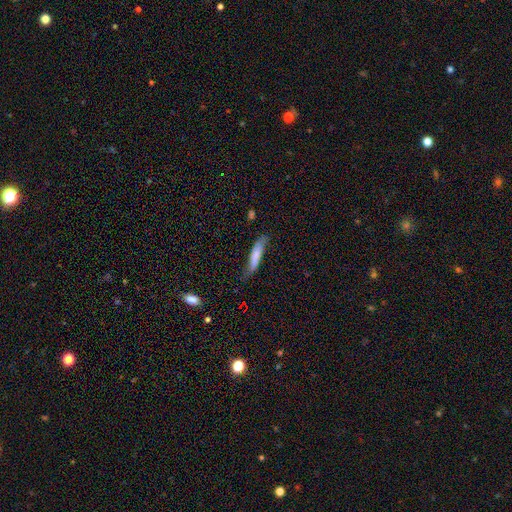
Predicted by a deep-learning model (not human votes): A smooth galaxy with no disk features (73%) that is cigar-shaped (82%). Merging: none (58%).